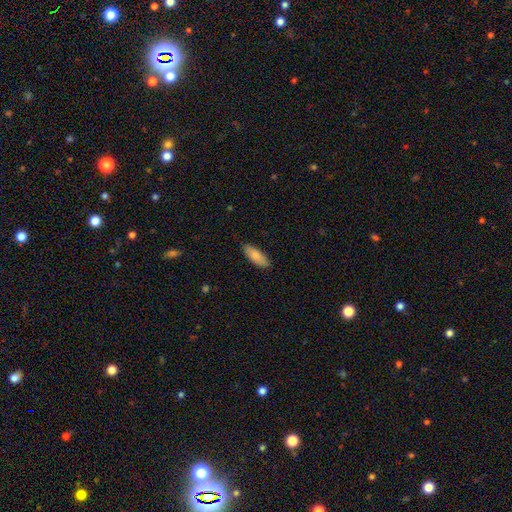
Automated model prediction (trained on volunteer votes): A smooth galaxy with no disk features (84%) that is in between round and cigar-shaped (72%).

Vote fractions:
- Smooth or featured? smooth: 84% / featured or disk: 10% / star or artifact: 6%
- How rounded? in between: 72% / cigar-shaped: 26% / round: 2%
- Merging? none: 86% / minor disturbance: 11% / major disturbance: 2% / merger: 1%